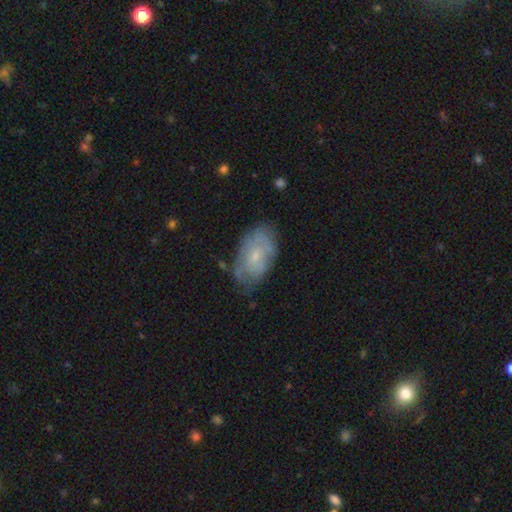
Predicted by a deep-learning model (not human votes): A featured or disk galaxy (48%). Merging: none (62%).